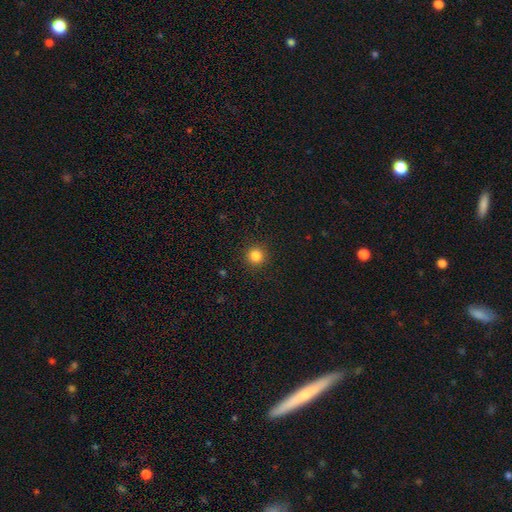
smooth 87%, star or artifact 8%, featured or disk 5%. Down the decision tree: how rounded — round (94%); merging — none (97%).